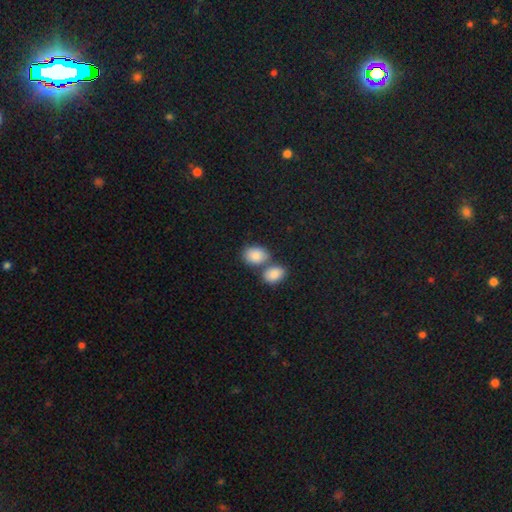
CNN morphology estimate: Overall: smooth (86%). How rounded: in between (71%). Merging: merger (43%, tied with none).